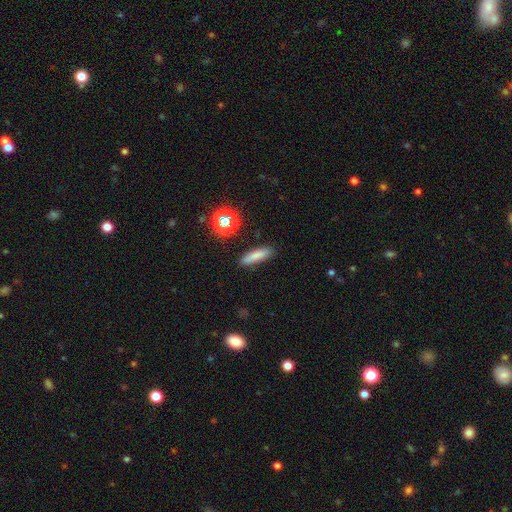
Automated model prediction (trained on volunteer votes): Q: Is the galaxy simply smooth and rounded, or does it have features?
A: smooth — 77%.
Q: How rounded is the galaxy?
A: cigar-shaped — 72%.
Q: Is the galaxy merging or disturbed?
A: none — 87%.